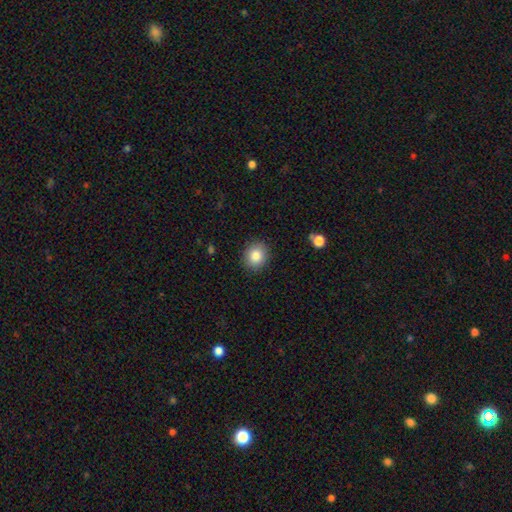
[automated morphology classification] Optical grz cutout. It shows a smooth galaxy with no disk features (84%) that is round (76%). Merging: none (90%).